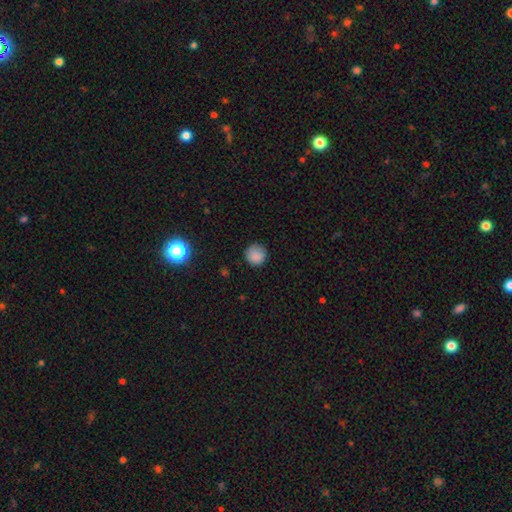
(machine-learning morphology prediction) Smooth or featured: smooth — 85% (star or artifact — 10%)
How rounded: round — 95% (in between — 4%)
Merging: none — 86% (minor disturbance — 10%)